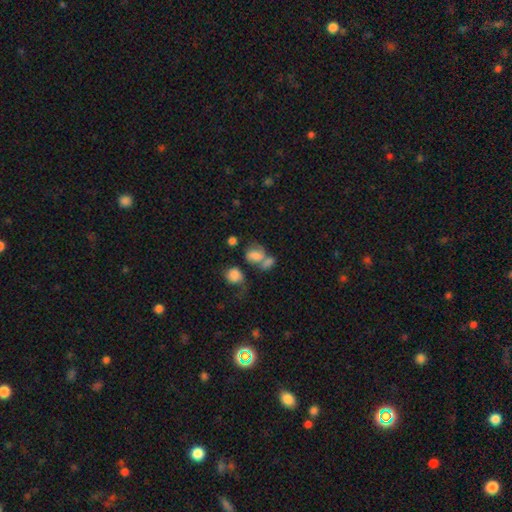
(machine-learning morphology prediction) Smooth or featured?
  - smooth: 67% *
  - featured or disk: 22%
  - star or artifact: 11%
How rounded?
  - in between: 64% *
  - round: 34%
  - cigar-shaped: 2%
Merging?
  - merger: 49% *
  - none: 22%
  - major disturbance: 16%
  - minor disturbance: 14%